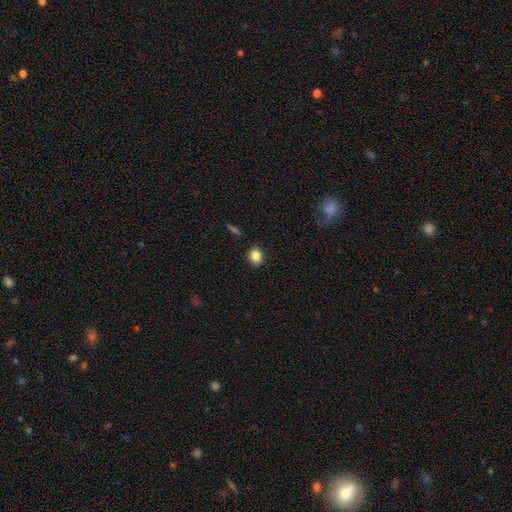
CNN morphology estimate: This appears to be a smooth galaxy with no disk features (85%) that is round (54%). Merging: none (89%).